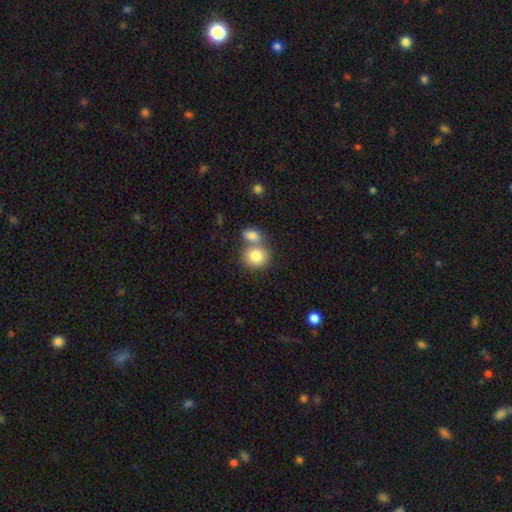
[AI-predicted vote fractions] Morphology: type=smooth (83%); roundness=round (76%); merging=merger (49%).